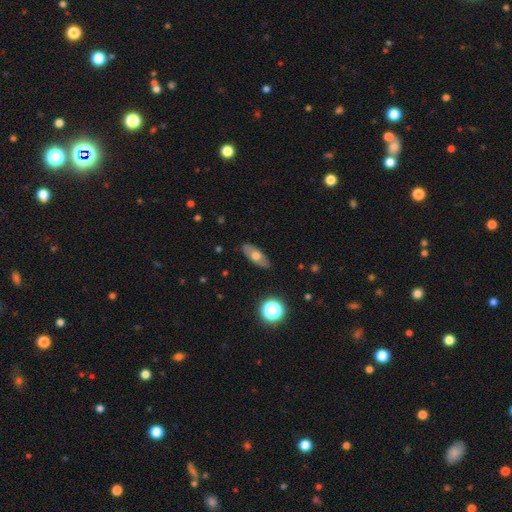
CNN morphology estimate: The model was most divided on "smooth or featured": smooth: 58%, featured or disk: 34%, star or artifact: 8%. More confident: merging — none (85%); how rounded — in between (78%).